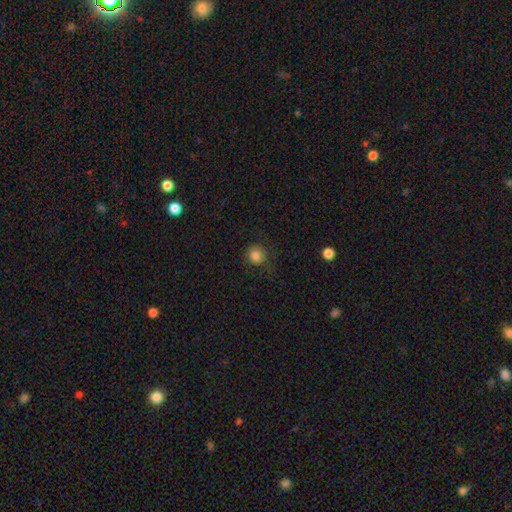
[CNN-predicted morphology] smooth_or_featured: smooth (p=0.84) [alt: star or artifact p=0.11]
how_rounded: round (p=0.92) [alt: in between p=0.07]
merging: none (p=0.80) [alt: minor disturbance p=0.14]